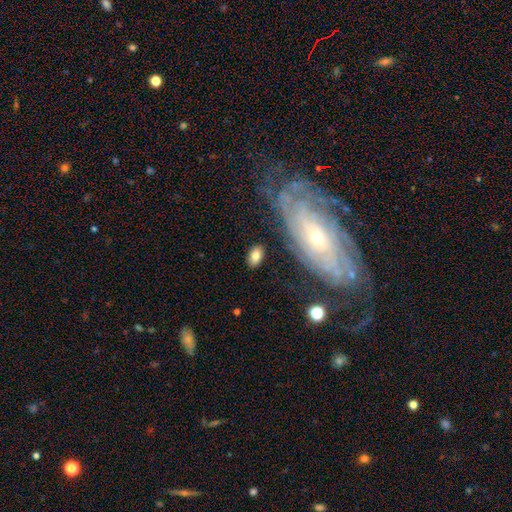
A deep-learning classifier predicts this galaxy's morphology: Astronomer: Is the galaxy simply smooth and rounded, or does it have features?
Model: smooth — 77%.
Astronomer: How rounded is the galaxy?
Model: in between — 88%.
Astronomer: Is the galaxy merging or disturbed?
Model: none — 81%.